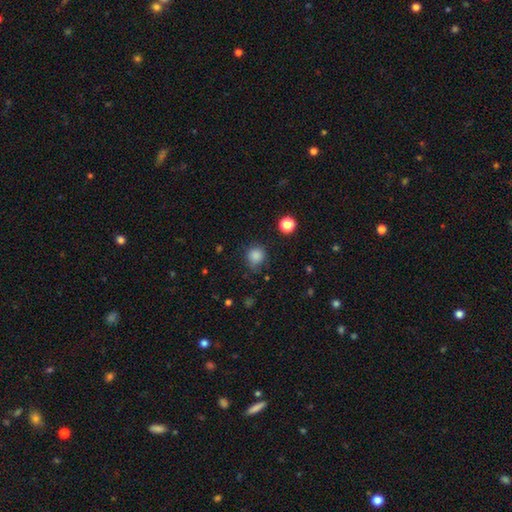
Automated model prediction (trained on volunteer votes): A smooth galaxy with no disk features (85%) that is round (88%).

Vote fractions:
- Smooth or featured? smooth: 85% / star or artifact: 11% / featured or disk: 4%
- How rounded? round: 88% / in between: 11% / cigar-shaped: 1%
- Merging? none: 73% / minor disturbance: 19% / major disturbance: 5% / merger: 2%